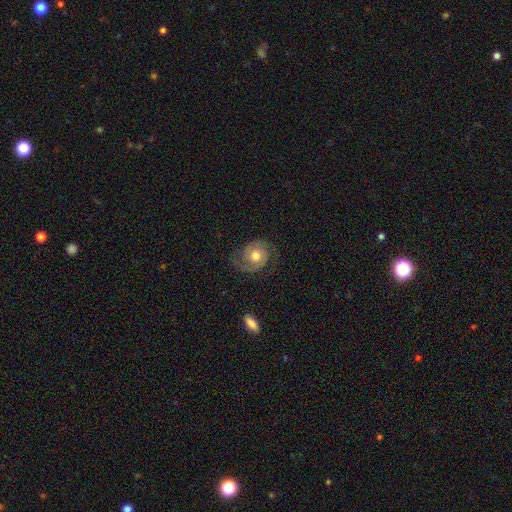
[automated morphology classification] This is clearly a featured or disk galaxy (86%). It is clearly not viewed edge-on (98%). Bar: likely no (73%). Spiral arm pattern: clearly yes (97%). Spiral arm count: clearly 2 (93%). Spiral winding: possibly medium (47%). Central bulge: likely moderate (77%). Merging: clearly none (80%).